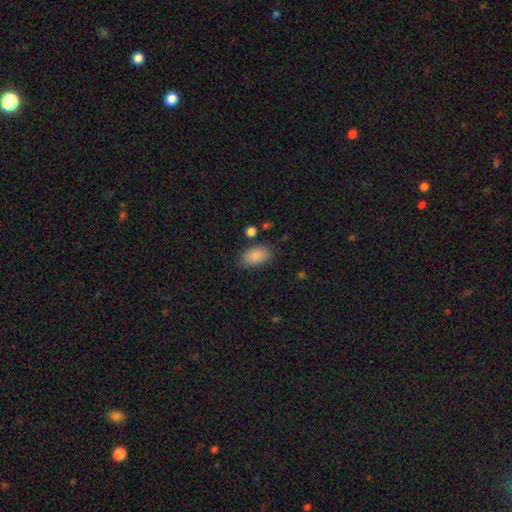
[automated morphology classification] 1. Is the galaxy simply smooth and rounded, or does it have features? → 88% smooth, 7% star or artifact, 5% featured or disk.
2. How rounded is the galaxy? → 92% in between, 6% round, 2% cigar-shaped.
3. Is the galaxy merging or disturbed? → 80% none, 13% minor disturbance, 4% major disturbance, 3% merger.